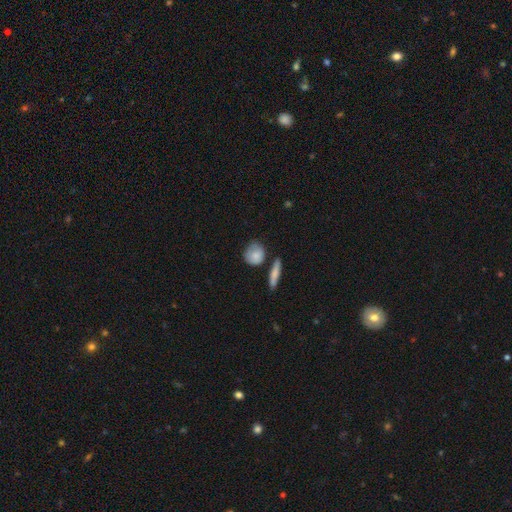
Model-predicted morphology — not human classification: Overall: smooth (80%). How rounded: round (73%). Merging: none (60%; minor disturbance 24%).